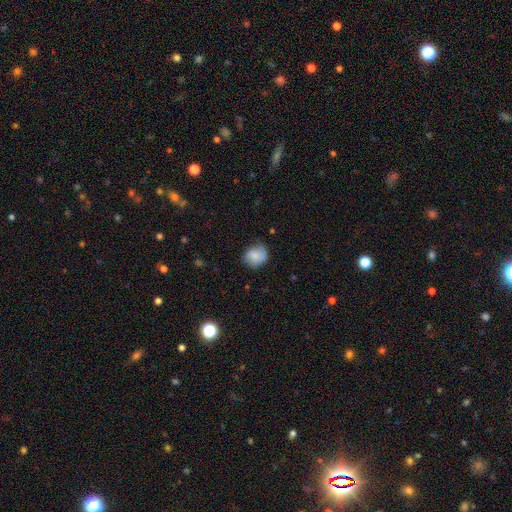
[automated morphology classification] A smooth galaxy with no disk features (76%) that is round (64%).

Vote fractions:
- Smooth or featured? smooth: 76% / featured or disk: 16% / star or artifact: 8%
- How rounded? round: 64% / in between: 35% / cigar-shaped: 1%
- Merging? none: 64% / minor disturbance: 28% / major disturbance: 7% / merger: 1%